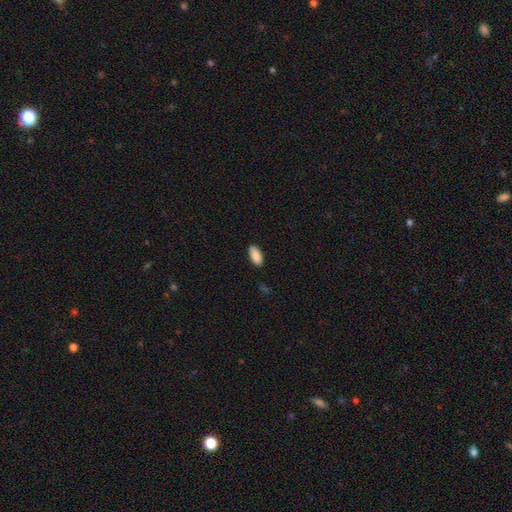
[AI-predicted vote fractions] Q: Smooth or featured?
A: smooth (90%); runner-up: star or artifact (6%)
Q: How rounded?
A: in between (91%); runner-up: cigar-shaped (7%)
Q: Merging?
A: none (87%); runner-up: minor disturbance (10%)